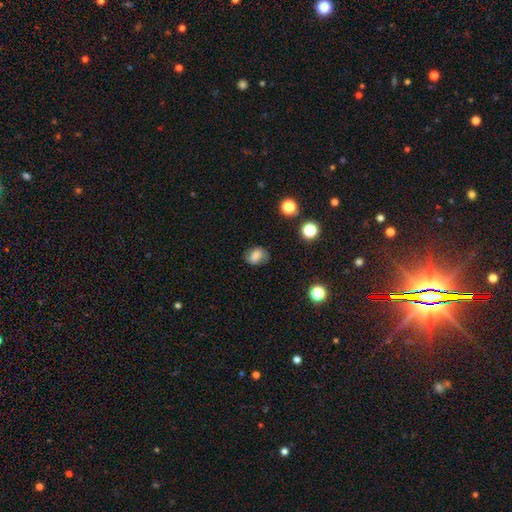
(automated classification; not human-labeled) The model was most divided on "how rounded": in between: 58%, round: 41%, cigar-shaped: 1%. More confident: merging — none (72%); smooth or featured — smooth (71%).